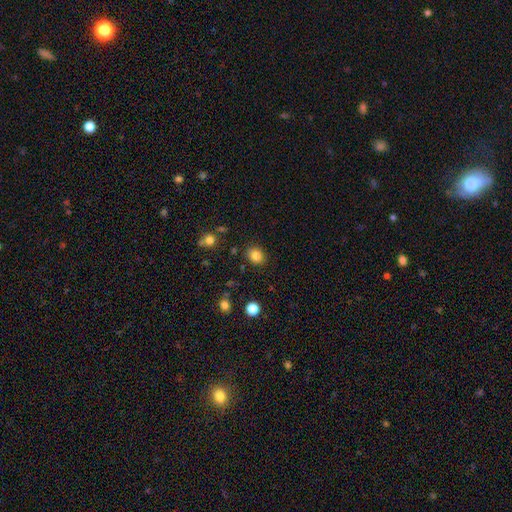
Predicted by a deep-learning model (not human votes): This appears to be a smooth galaxy with no disk features (83%) that is round (55%). Merging: none (86%).